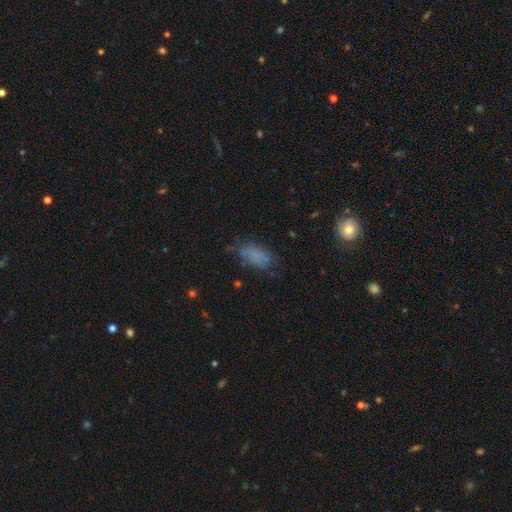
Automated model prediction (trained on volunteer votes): Smooth or featured: smooth — 72% (featured or disk — 14%)
How rounded: in between — 86% (cigar-shaped — 9%)
Merging: none — 56% (minor disturbance — 27%)